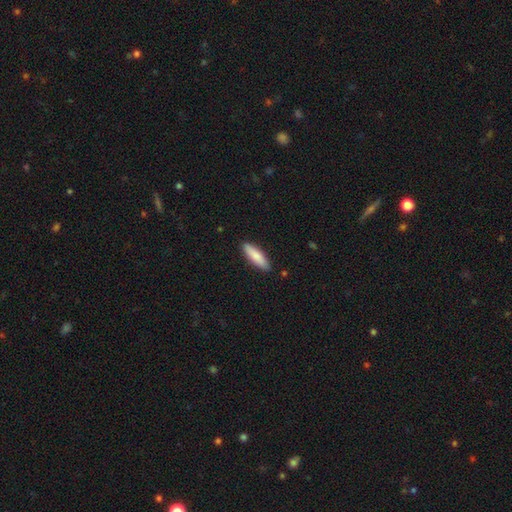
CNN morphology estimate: Smooth or featured?
  - smooth: 82% *
  - featured or disk: 13%
  - star or artifact: 5%
How rounded?
  - cigar-shaped: 61% *
  - in between: 38%
  - round: 2%
Merging?
  - none: 89% *
  - minor disturbance: 8%
  - major disturbance: 2%
  - merger: 1%